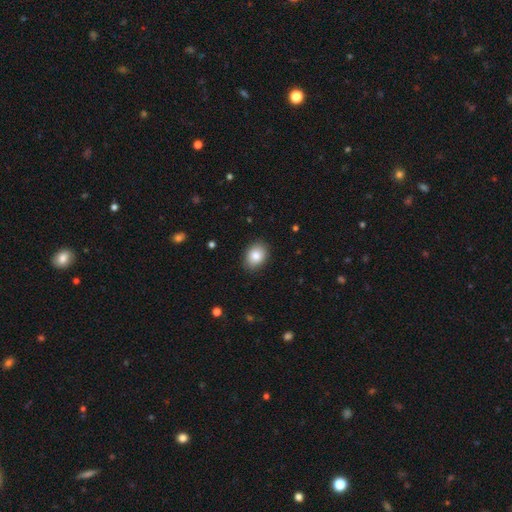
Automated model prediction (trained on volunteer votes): smooth-or-featured: smooth: 84% | star or artifact: 8% | featured or disk: 8%
  how-rounded: in between: 65% | round: 34% | cigar-shaped: 1%
  merging: none: 88% | minor disturbance: 9% | major disturbance: 2% | merger: 1%